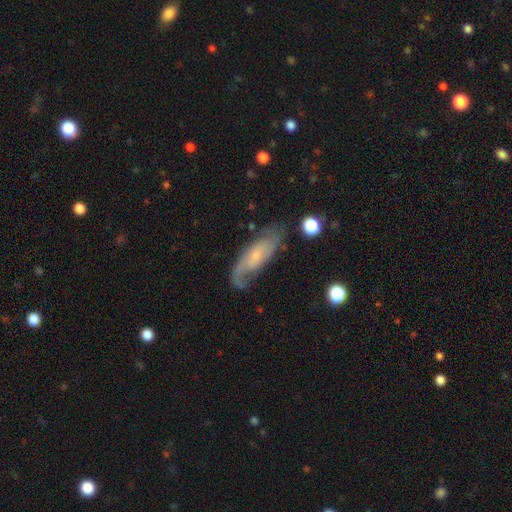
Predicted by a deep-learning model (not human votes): This is likely a featured or disk galaxy (66%). It is clearly not viewed edge-on (84%). Bar: possibly no (58%). Spiral arm pattern: clearly yes (89%). Central bulge: possibly small (55%). Merging: likely none (64%).